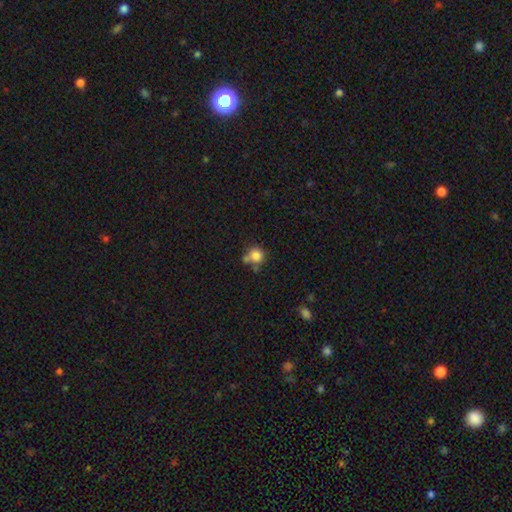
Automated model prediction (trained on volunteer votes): This is clearly a smooth galaxy (81%). How rounded: clearly round (88%). Merging: possibly none (53%).